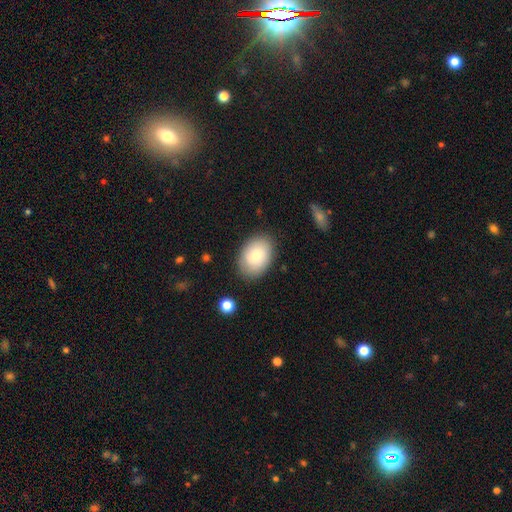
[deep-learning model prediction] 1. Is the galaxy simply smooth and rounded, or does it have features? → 78% smooth, 15% featured or disk, 7% star or artifact.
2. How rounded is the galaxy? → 80% in between, 19% round, 1% cigar-shaped.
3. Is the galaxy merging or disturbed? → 85% none, 11% minor disturbance, 3% major disturbance, 1% merger.